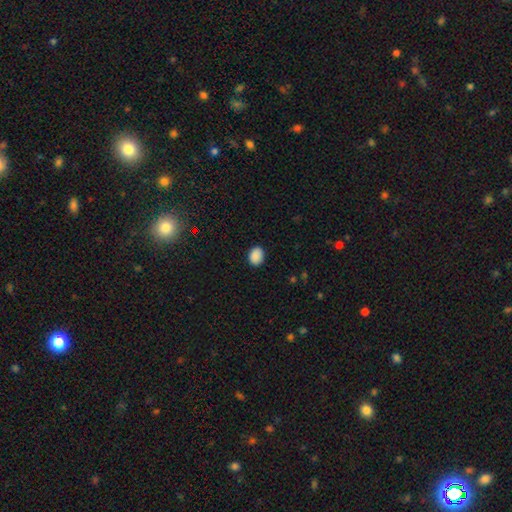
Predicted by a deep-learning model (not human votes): Overall: smooth (89%). How rounded: in between (60%; round 39%). Merging: none (89%).